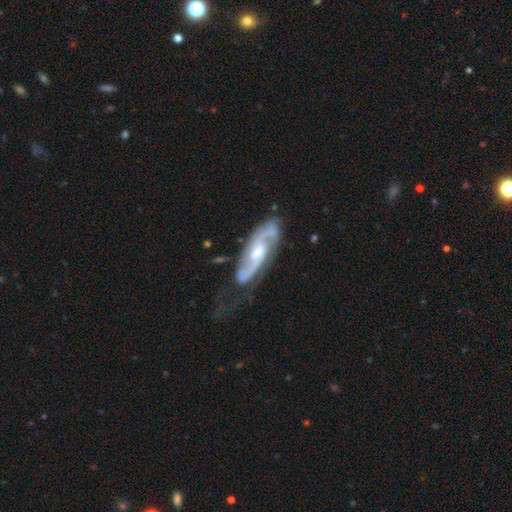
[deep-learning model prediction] Overall: featured or disk (87%). Edge-on disk: no (90%). Bar: no (45%; weak 38%). Spiral arms: yes (96%). Spiral arm count: 2 (87%). Spiral winding: medium (50%; tight 26%). Bulge size: moderate (55%; small 37%). Merging: none (59%; minor disturbance 24%).